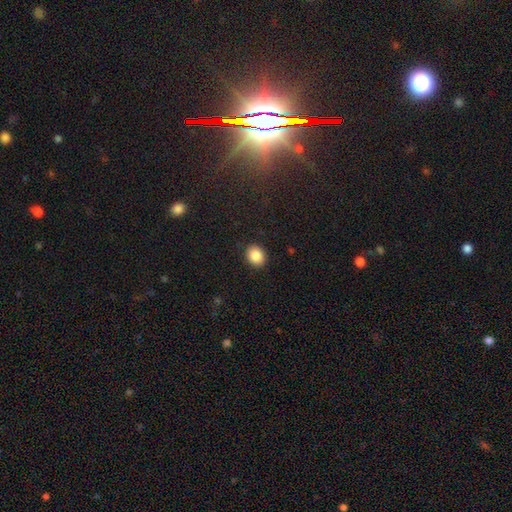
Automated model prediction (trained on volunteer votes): The model was most divided on "how rounded": round: 57%, in between: 42%, cigar-shaped: 1%. More confident: merging — none (90%); smooth or featured — smooth (87%).